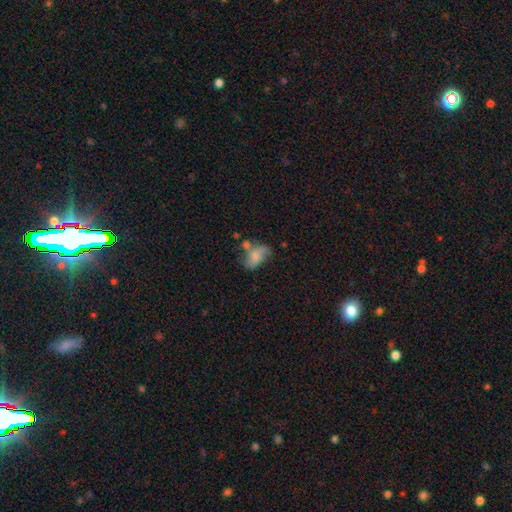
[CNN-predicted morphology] smooth-or-featured: smooth: 50% | featured or disk: 39% | star or artifact: 11%
  how-rounded: in between: 87% | round: 11% | cigar-shaped: 3%
  merging: none: 30% | minor disturbance: 24% | major disturbance: 23% | merger: 23%